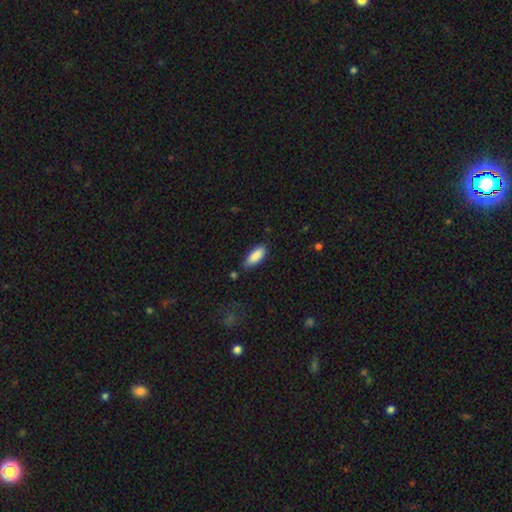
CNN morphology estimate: This appears to be a smooth galaxy with no disk features (88%) that is in between round and cigar-shaped (78%). Merging: none (72%).